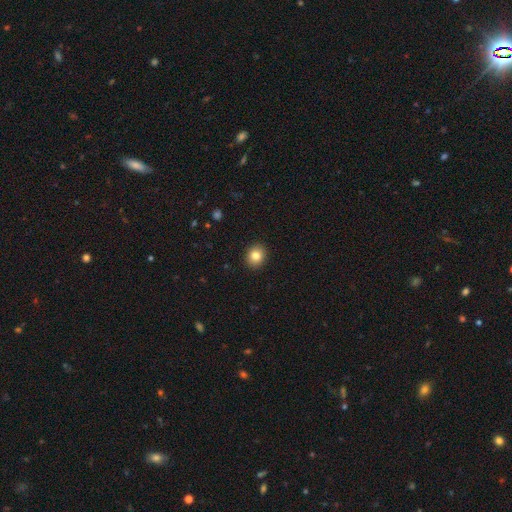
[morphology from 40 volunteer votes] Volunteers were most divided on "how rounded": round: 61%, in between: 36%, cigar-shaped: 3%. More confident: smooth or featured — smooth (90%); merging — none (89%).